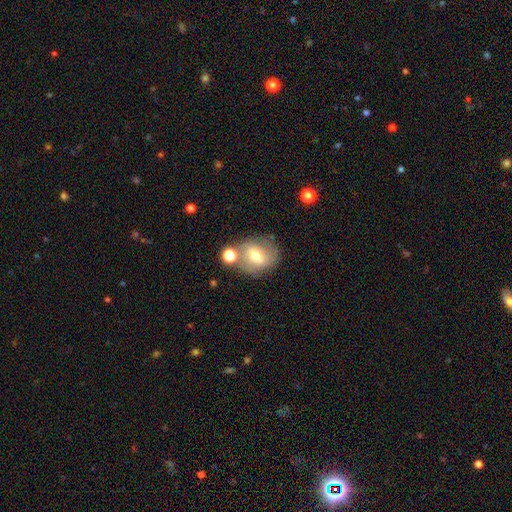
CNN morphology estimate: Smooth or featured: smooth — 53% (featured or disk — 36%)
How rounded: round — 59% (in between — 40%)
Merging: none — 59% (merger — 19%)